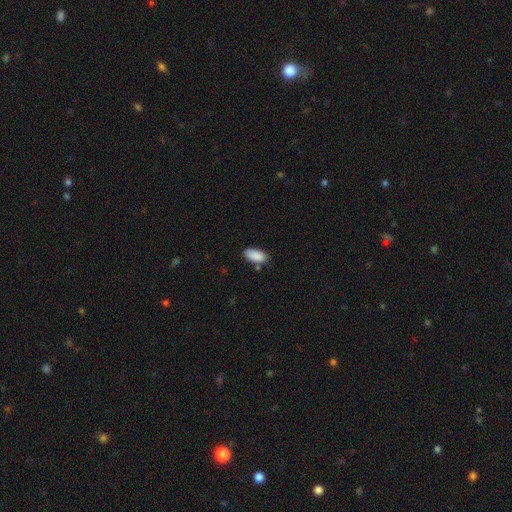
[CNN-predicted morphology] The model was most divided on "merging": none: 79%, minor disturbance: 14%, merger: 4%, major disturbance: 3%. More confident: how rounded — in between (92%); smooth or featured — smooth (90%).